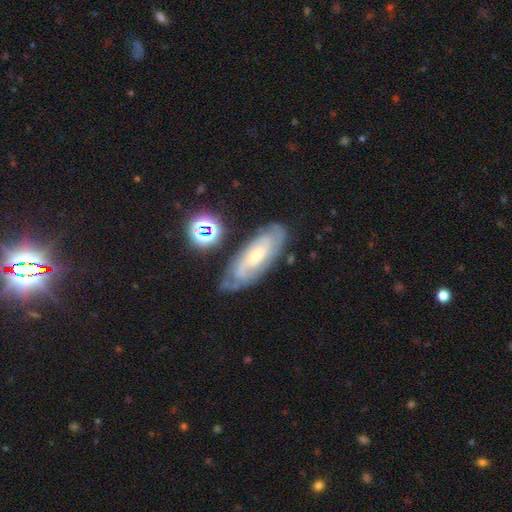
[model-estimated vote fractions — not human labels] smooth_or_featured: featured or disk (p=0.78) [alt: smooth p=0.14]
disk_edge_on: no (p=0.90) [alt: yes p=0.10]
bar: no (p=0.52) [alt: weak p=0.38]
has_spiral_arms: yes (p=0.95) [alt: no p=0.05]
spiral_winding: tight (p=0.63) [alt: medium p=0.30]
spiral_arm_count: can't tell (p=0.39) [alt: 2 p=0.30]
bulge_size: small (p=0.54) [alt: moderate p=0.38]
merging: none (p=0.72) [alt: minor disturbance p=0.19]